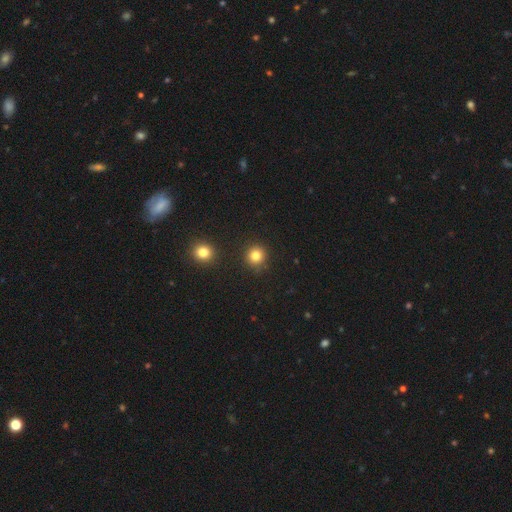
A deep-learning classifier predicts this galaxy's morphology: This is clearly a smooth galaxy (82%). How rounded: clearly round (93%). Merging: clearly none (90%).